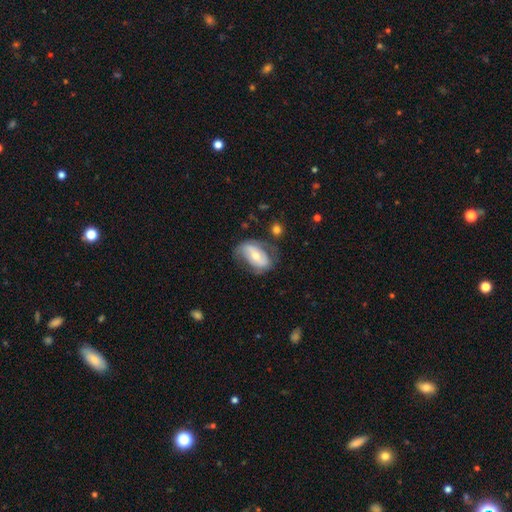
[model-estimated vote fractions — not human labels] featured or disk 53%, smooth 40%, star or artifact 7%. Down the decision tree: edge-on disk — no (92%); merging — none (54%).